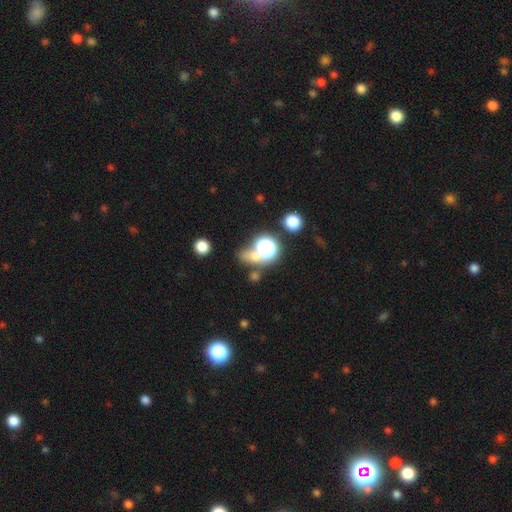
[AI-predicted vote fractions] Smooth or featured? Predicted: smooth (p=0.50). How rounded? Predicted: round (p=0.67). Merging? Predicted: none (p=0.53).